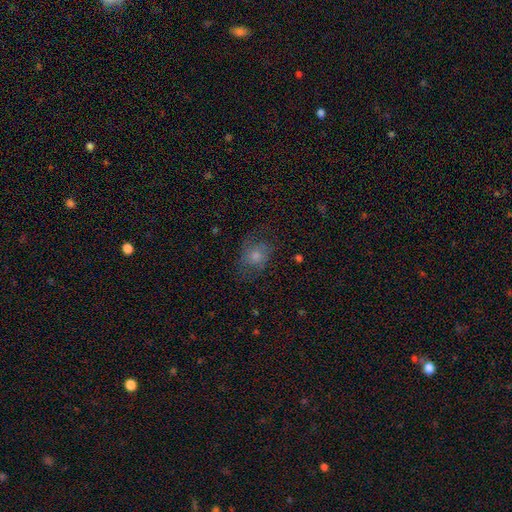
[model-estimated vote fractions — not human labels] A smooth galaxy with no disk features (47%). Merging: none (63%).